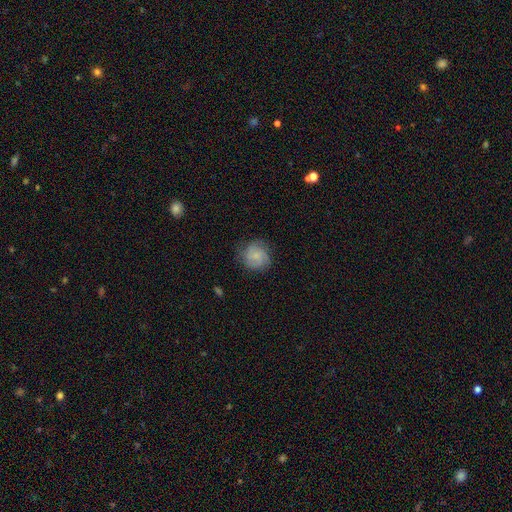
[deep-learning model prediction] smooth-or-featured: smooth: 59% | featured or disk: 33% | star or artifact: 8%
  how-rounded: round: 85% | in between: 14% | cigar-shaped: 1%
  merging: none: 73% | minor disturbance: 19% | major disturbance: 7% | merger: 1%